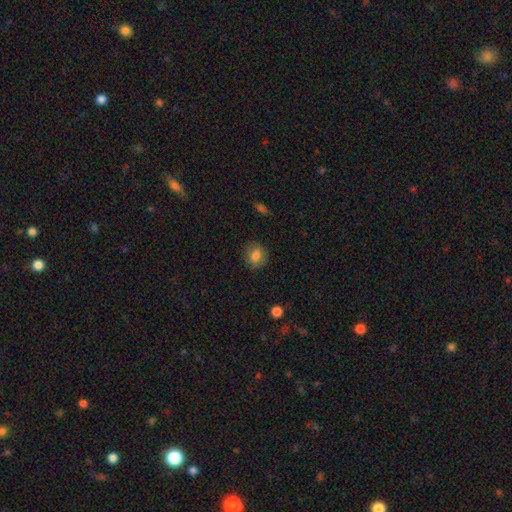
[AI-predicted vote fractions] The model was most divided on "how rounded": round: 69%, in between: 30%, cigar-shaped: 1%. More confident: merging — none (82%); smooth or featured — smooth (80%).